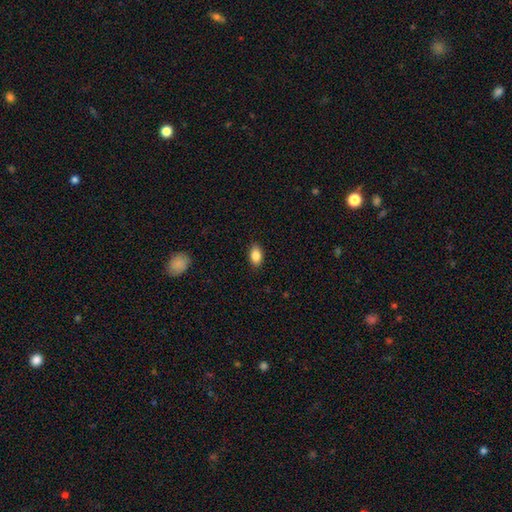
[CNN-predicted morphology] A smooth galaxy with no disk features (86%) that is in between round and cigar-shaped (89%). Merging: none (87%).